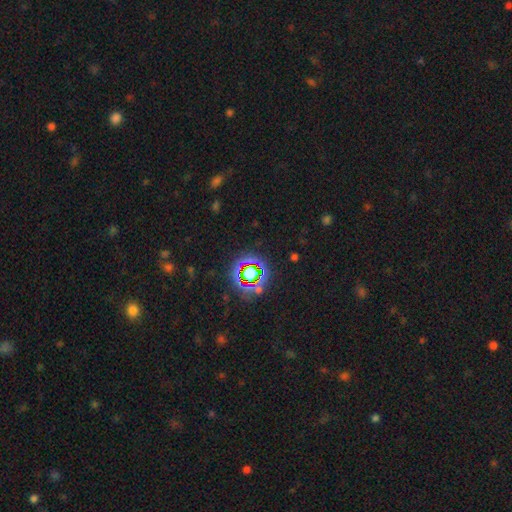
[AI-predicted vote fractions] Smooth or featured? star or artifact (76%)